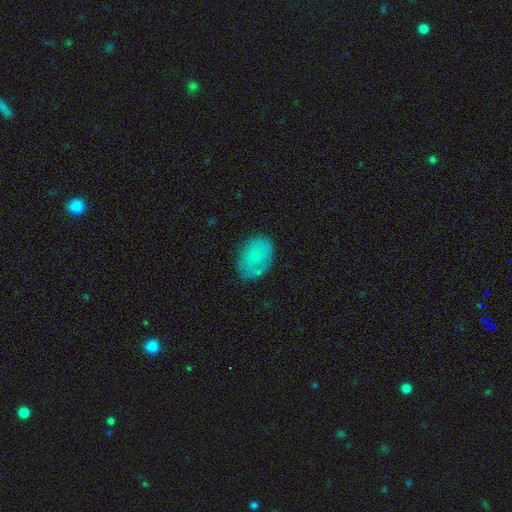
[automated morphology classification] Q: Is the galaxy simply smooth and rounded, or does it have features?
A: smooth — 71%.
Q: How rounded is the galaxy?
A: in between — 83%.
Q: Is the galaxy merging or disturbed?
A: none — 74%.